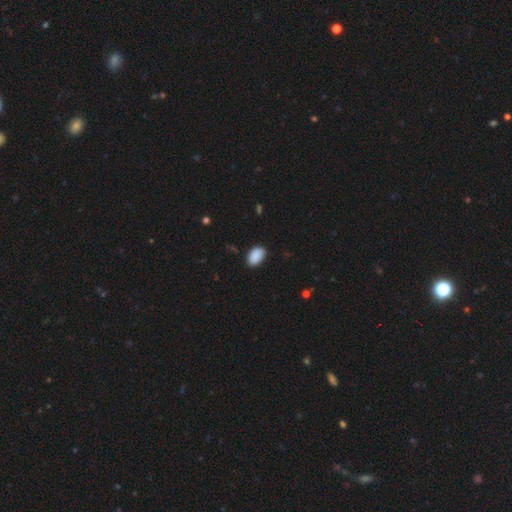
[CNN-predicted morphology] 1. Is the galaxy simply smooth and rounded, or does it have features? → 90% smooth, 7% star or artifact, 3% featured or disk.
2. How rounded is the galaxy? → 91% in between, 8% round, 1% cigar-shaped.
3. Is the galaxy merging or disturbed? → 85% none, 12% minor disturbance, 2% major disturbance, 1% merger.